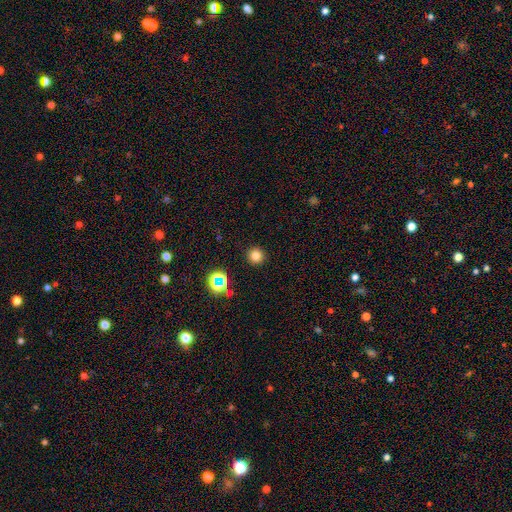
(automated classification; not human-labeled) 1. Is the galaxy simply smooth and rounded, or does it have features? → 78% smooth, 17% star or artifact, 5% featured or disk.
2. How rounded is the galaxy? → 95% round, 4% in between, 1% cigar-shaped.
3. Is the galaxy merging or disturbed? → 91% none, 5% minor disturbance, 2% major disturbance, 1% merger.